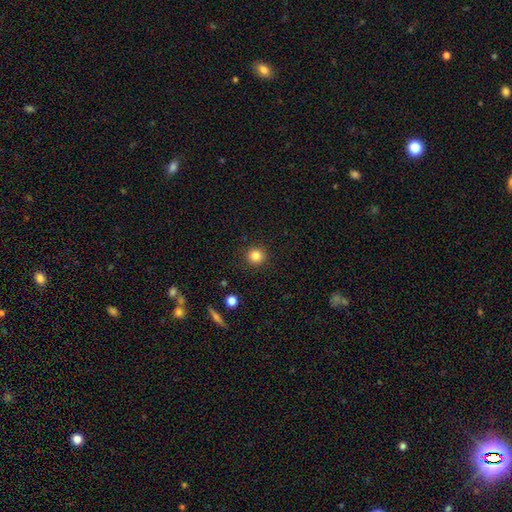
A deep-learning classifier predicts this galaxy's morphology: The model was most divided on "smooth or featured": smooth: 84%, star or artifact: 11%, featured or disk: 5%. More confident: how rounded — round (92%); merging — none (91%).